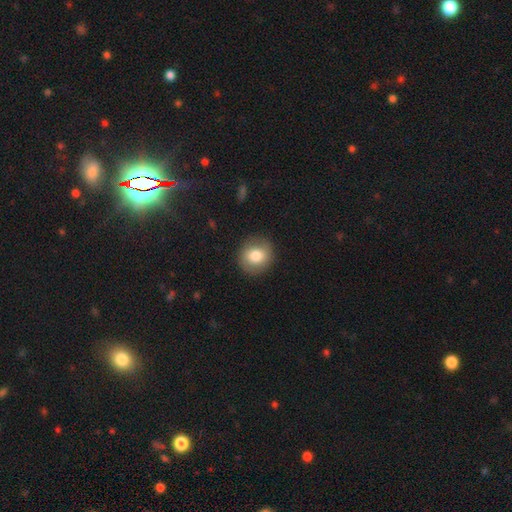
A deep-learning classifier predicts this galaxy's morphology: A smooth galaxy with no disk features (79%) that is round (87%).

Vote fractions:
- Smooth or featured? smooth: 79% / featured or disk: 14% / star or artifact: 8%
- How rounded? round: 87% / in between: 12% / cigar-shaped: 1%
- Merging? none: 88% / minor disturbance: 9% / major disturbance: 3% / merger: 1%